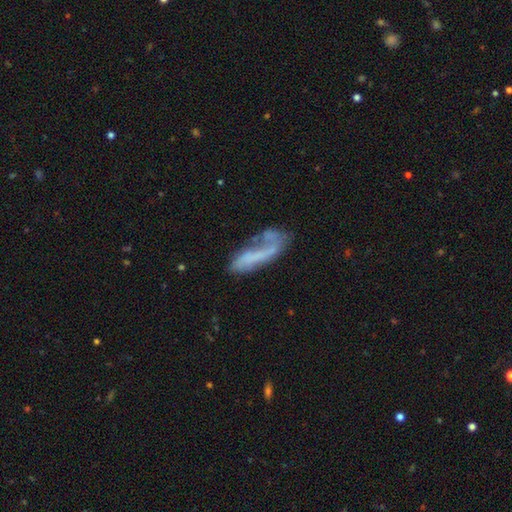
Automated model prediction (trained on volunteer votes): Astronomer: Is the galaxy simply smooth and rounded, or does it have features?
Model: featured or disk — 47% (runner-up: smooth, 42%).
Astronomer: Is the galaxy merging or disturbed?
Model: none — 31% (runner-up: major disturbance, 29%).